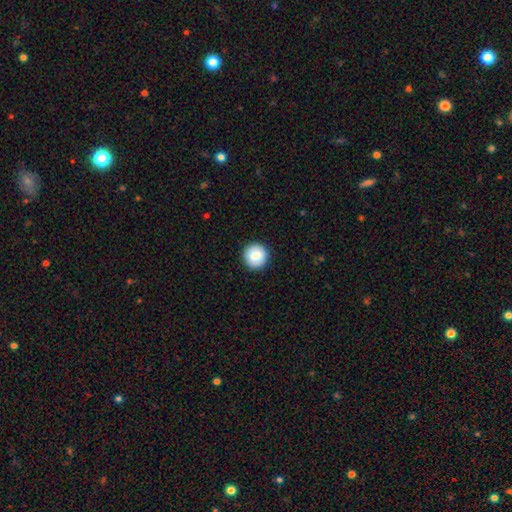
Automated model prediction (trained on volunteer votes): A smooth galaxy with no disk features (74%) that is round (95%).

Vote fractions:
- Smooth or featured? smooth: 74% / featured or disk: 18% / star or artifact: 8%
- How rounded? round: 95% / in between: 4% / cigar-shaped: 1%
- Merging? none: 92% / minor disturbance: 5% / major disturbance: 2% / merger: 1%